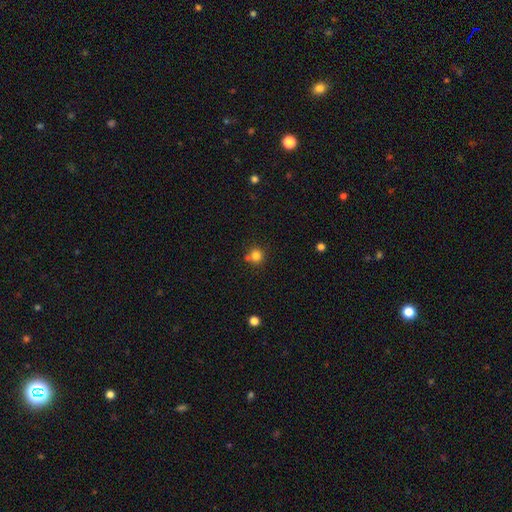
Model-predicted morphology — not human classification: type=smooth (81%); roundness=round (92%); merging=none (72%).